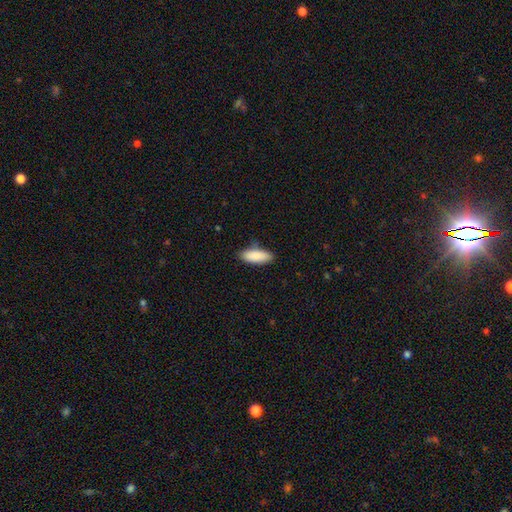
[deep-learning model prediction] Smooth or featured? smooth (89%)
How rounded? in between (69%)
Merging? none (84%)